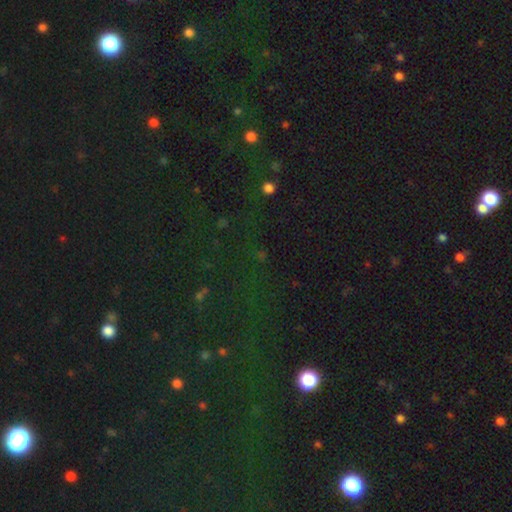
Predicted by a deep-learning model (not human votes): Smooth or featured? star or artifact (73%)